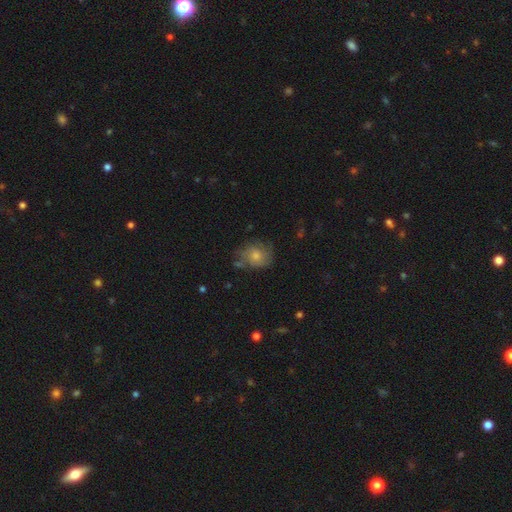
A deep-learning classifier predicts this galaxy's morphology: type=smooth (52%); roundness=round (68%); merging=none (65%).